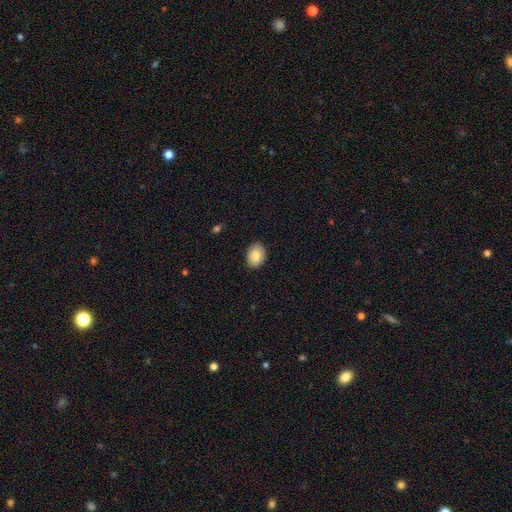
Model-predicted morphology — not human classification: This appears to be a smooth galaxy with no disk features (84%) that is in between round and cigar-shaped (74%). Merging: none (88%).